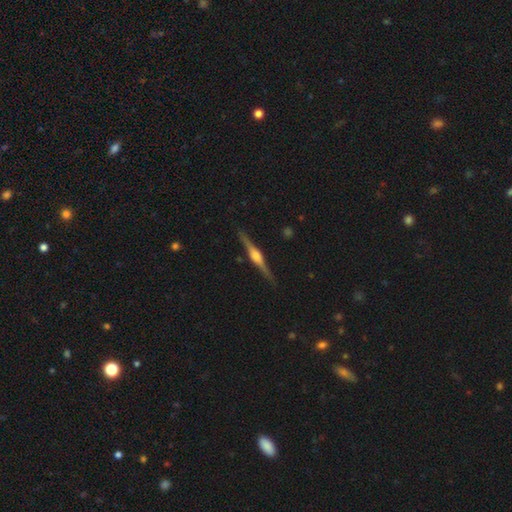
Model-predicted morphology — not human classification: Overall: featured or disk (83%). Edge-on disk: yes (98%). Edge-on bulge: rounded (86%). Merging: none (90%).